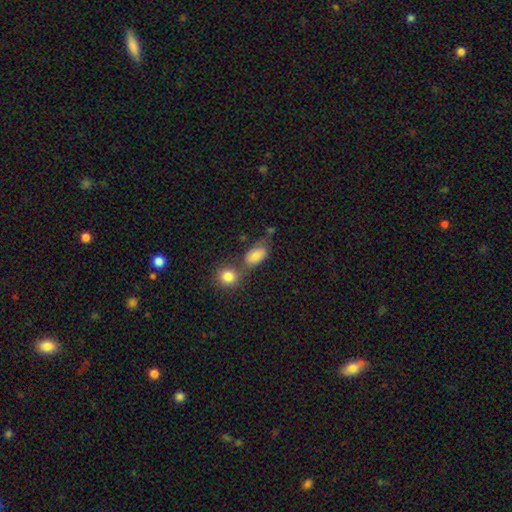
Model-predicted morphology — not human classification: Overall: smooth (74%). How rounded: in between (84%). Merging: none (42%; merger 31%).